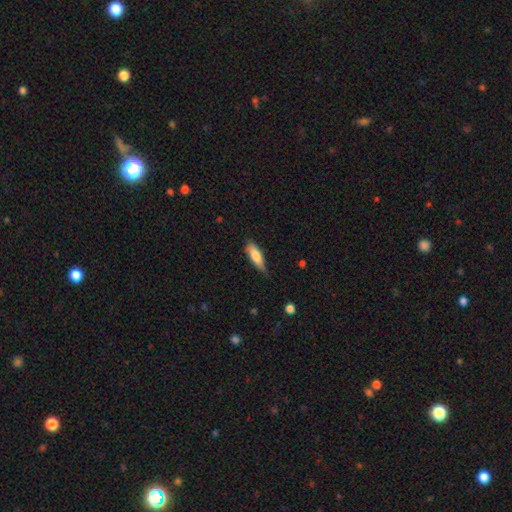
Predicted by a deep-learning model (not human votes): A smooth galaxy with no disk features (71%) that is cigar-shaped (49%, tied with in between).

Vote fractions:
- Smooth or featured? smooth: 71% / featured or disk: 23% / star or artifact: 6%
- How rounded? cigar-shaped: 49% (tied) / in between: 49% (tied) / round: 2%
- Merging? none: 69% / minor disturbance: 26% / major disturbance: 4% / merger: 2%